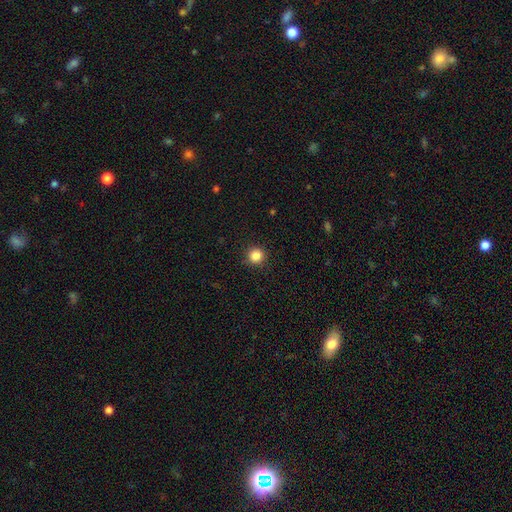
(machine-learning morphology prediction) This is clearly a smooth galaxy (85%). How rounded: clearly round (94%). Merging: clearly none (91%).